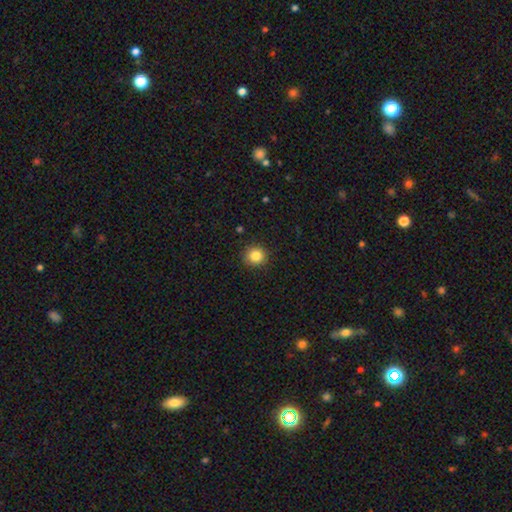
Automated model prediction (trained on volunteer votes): A smooth galaxy with no disk features (84%) that is round (92%). Merging: none (90%).